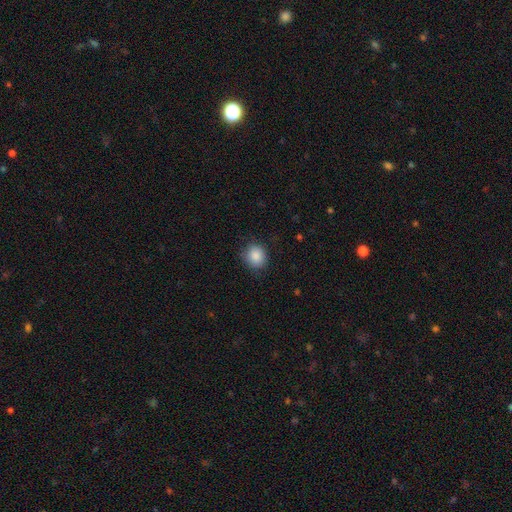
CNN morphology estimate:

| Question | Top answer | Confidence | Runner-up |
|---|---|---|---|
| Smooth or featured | smooth | 87% | star or artifact (9%) |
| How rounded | round | 80% | in between (19%) |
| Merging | none | 82% | minor disturbance (14%) |